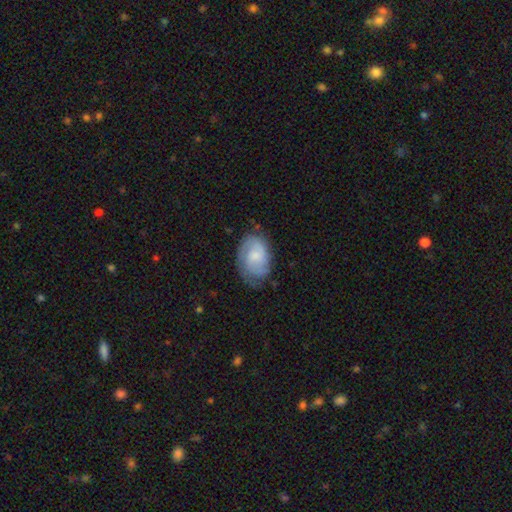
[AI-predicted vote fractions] Smooth or featured? Predicted: featured or disk (p=0.58). Edge-on disk? Predicted: no (p=0.97). Bar? Predicted: no (p=0.62). Spiral arms? Predicted: yes (p=0.89). Spiral winding? Predicted: tight (p=0.42, tied with medium). Spiral arm count? Predicted: 2 (p=0.52). Bulge size? Predicted: small (p=0.54). Merging? Predicted: none (p=0.64).